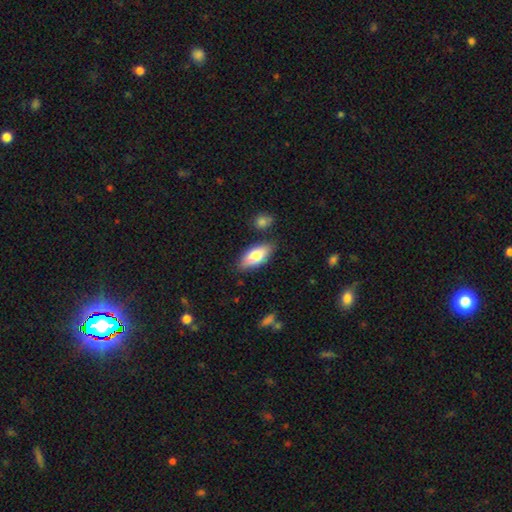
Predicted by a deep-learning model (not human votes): The model was most divided on "smooth or featured": smooth: 74%, featured or disk: 20%, star or artifact: 6%. More confident: how rounded — in between (83%); merging — none (81%).